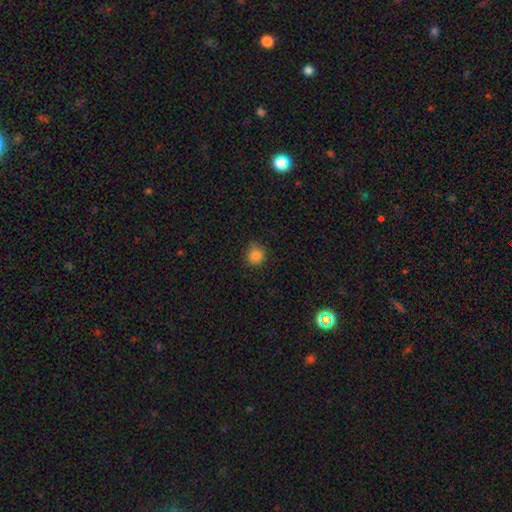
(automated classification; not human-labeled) Overall: smooth (84%). How rounded: round (89%). Merging: none (82%).